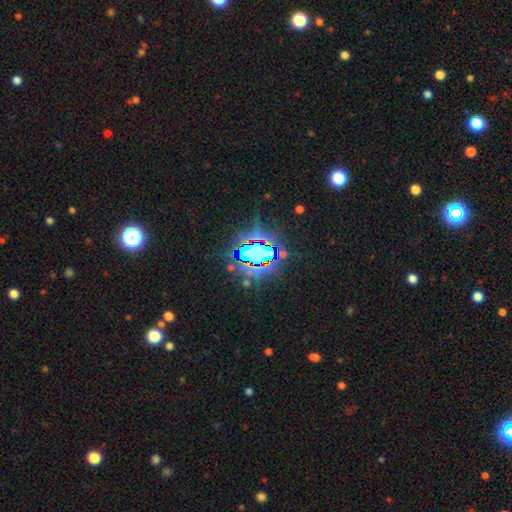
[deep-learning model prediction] This is likely a star or artifact rather than a galaxy (70%).